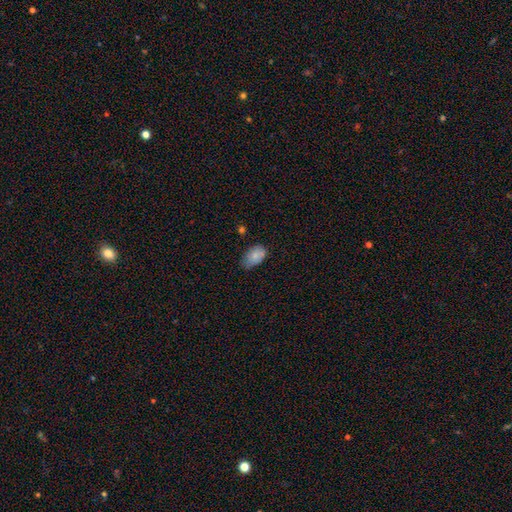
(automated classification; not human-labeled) Smooth or featured: smooth — 82% (featured or disk — 10%)
How rounded: in between — 91% (round — 8%)
Merging: none — 53% (minor disturbance — 38%)